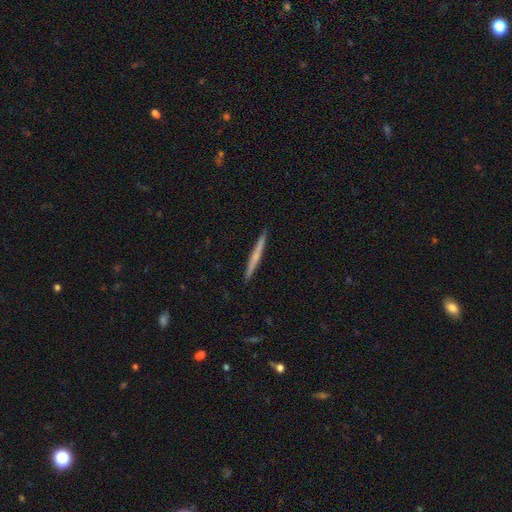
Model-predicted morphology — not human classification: A featured or disk galaxy (48%). Merging: none (93%).